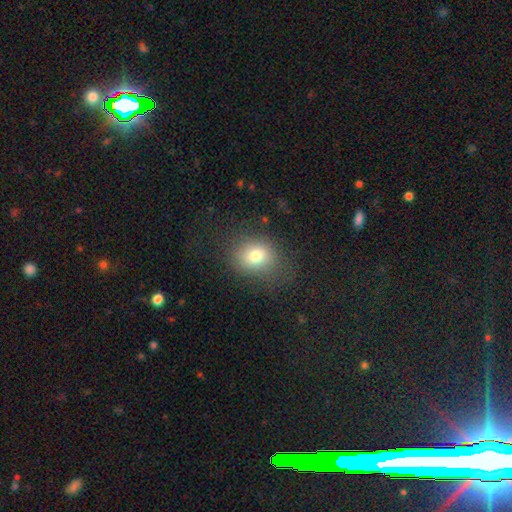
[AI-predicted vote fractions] A smooth galaxy with no disk features (76%) that is round (60%).

Vote fractions:
- Smooth or featured? smooth: 76% / star or artifact: 13% / featured or disk: 11%
- How rounded? round: 60% / in between: 39% / cigar-shaped: 1%
- Merging? none: 73% / minor disturbance: 16% / major disturbance: 9% / merger: 1%